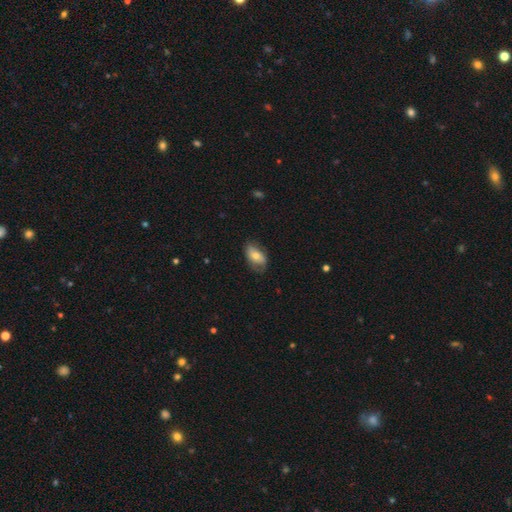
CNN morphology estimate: Smooth or featured?
  - smooth: 60% *
  - featured or disk: 32%
  - star or artifact: 7%
How rounded?
  - in between: 90% *
  - round: 8%
  - cigar-shaped: 3%
Merging?
  - none: 66% *
  - minor disturbance: 25%
  - major disturbance: 8%
  - merger: 1%